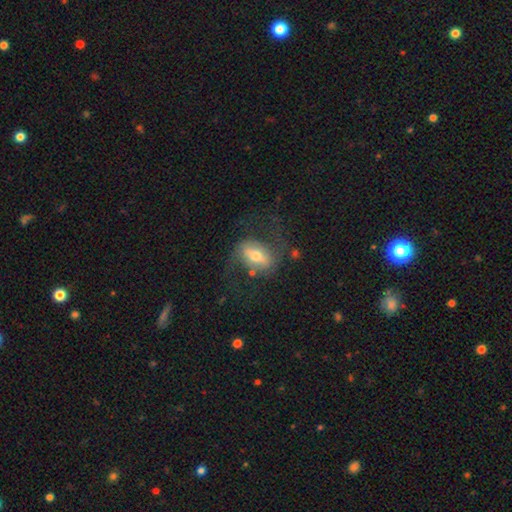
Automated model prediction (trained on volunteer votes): Q: Smooth or featured?
A: featured or disk (59%); runner-up: smooth (34%)
Q: Edge-on disk?
A: no (84%); runner-up: yes (16%)
Q: Merging?
A: none (56%); runner-up: major disturbance (23%)